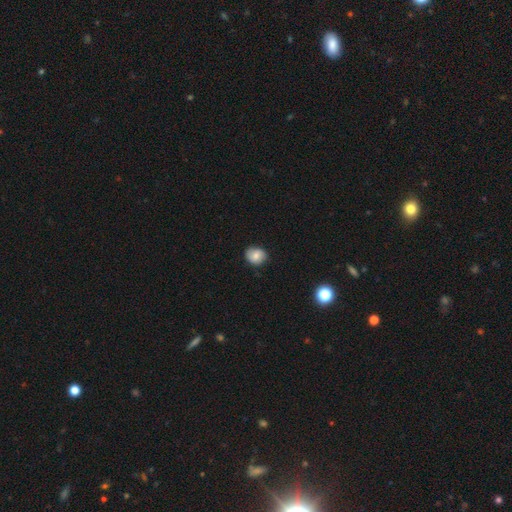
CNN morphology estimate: This is likely a smooth galaxy (74%). How rounded: likely round (66%). Merging: clearly none (81%).